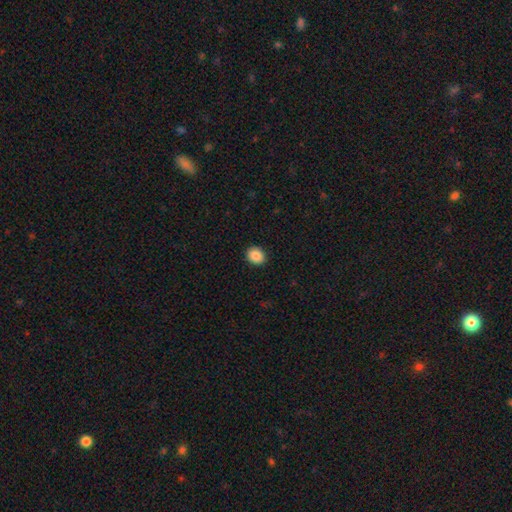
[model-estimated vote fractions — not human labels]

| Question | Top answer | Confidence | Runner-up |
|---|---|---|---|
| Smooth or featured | smooth | 88% | star or artifact (9%) |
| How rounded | round | 68% | in between (31%) |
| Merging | none | 91% | minor disturbance (6%) |